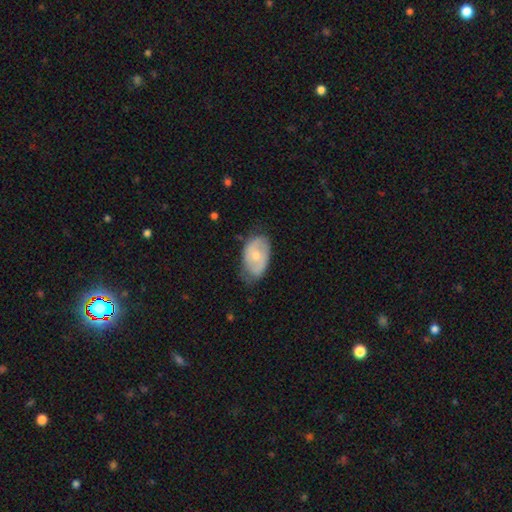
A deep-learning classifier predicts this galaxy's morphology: Smooth or featured?
  - smooth: 51% *
  - featured or disk: 43%
  - star or artifact: 6%
How rounded?
  - in between: 89% *
  - round: 9%
  - cigar-shaped: 1%
Merging?
  - none: 55% *
  - minor disturbance: 35%
  - major disturbance: 8%
  - merger: 2%